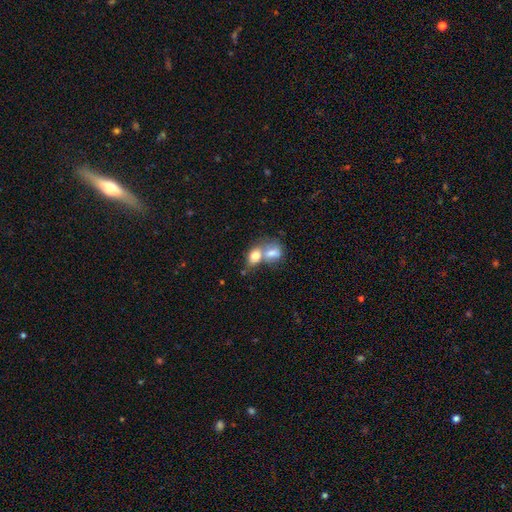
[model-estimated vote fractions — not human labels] Q: Smooth or featured?
A: smooth (75%); runner-up: featured or disk (17%)
Q: How rounded?
A: in between (73%); runner-up: round (25%)
Q: Merging?
A: merger (69%); runner-up: none (19%)